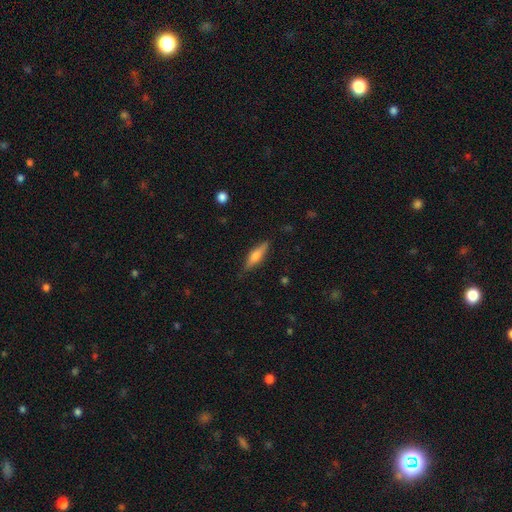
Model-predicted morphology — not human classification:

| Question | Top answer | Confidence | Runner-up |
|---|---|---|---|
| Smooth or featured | smooth | 52% | featured or disk (41%) |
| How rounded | cigar-shaped | 66% | in between (32%) |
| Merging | none | 84% | minor disturbance (12%) |